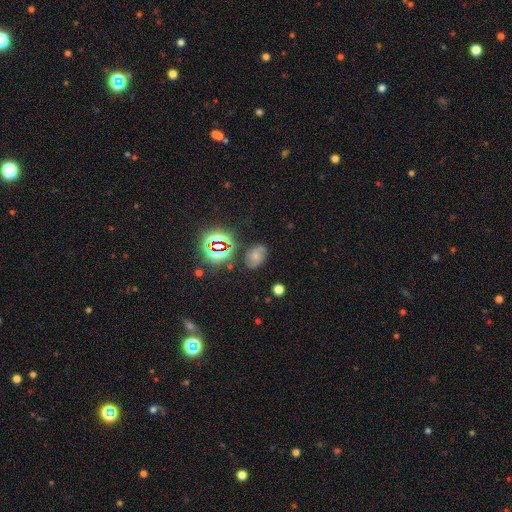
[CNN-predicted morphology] This is marginally a featured or disk galaxy (41%). Merging: likely none (70%).